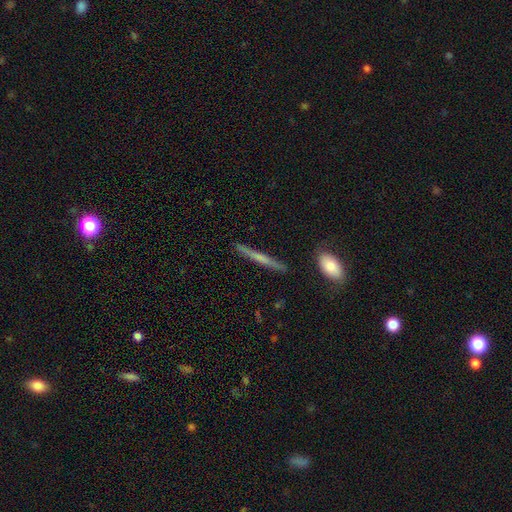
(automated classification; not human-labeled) Q: Smooth or featured?
A: featured or disk (55%); runner-up: smooth (37%)
Q: Edge-on disk?
A: yes (96%); runner-up: no (4%)
Q: Edge-on bulge?
A: none (47%); runner-up: rounded (45%)
Q: Merging?
A: none (89%); runner-up: minor disturbance (8%)